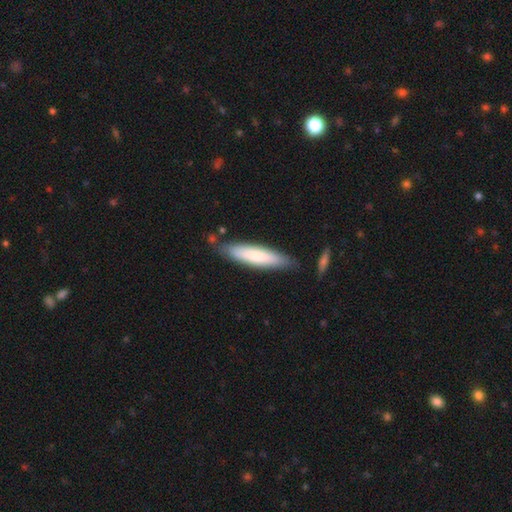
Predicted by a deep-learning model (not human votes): Morphology: type=smooth (74%); roundness=cigar-shaped (76%); merging=none (80%).